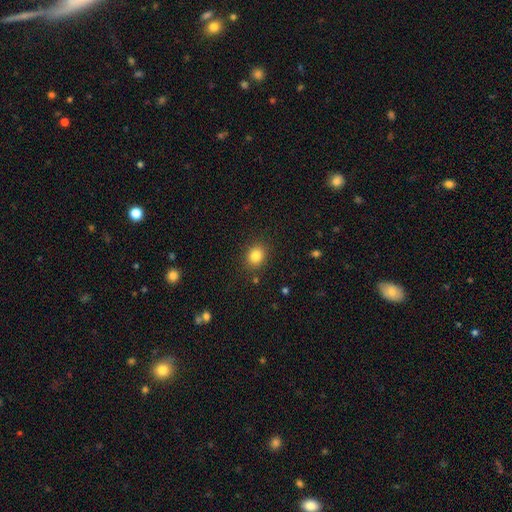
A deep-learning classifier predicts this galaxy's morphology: Overall: smooth (84%). How rounded: round (64%; in between 36%). Merging: none (87%).